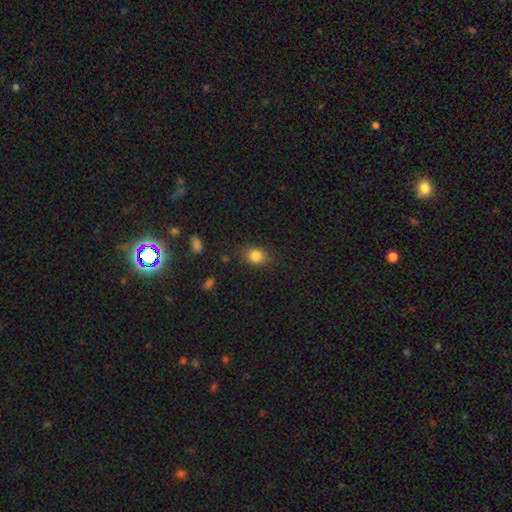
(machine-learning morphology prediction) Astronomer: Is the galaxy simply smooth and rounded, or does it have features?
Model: smooth — 84%.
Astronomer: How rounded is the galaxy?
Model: round — 51% (runner-up: in between, 48%).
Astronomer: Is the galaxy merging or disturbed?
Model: none — 80%.